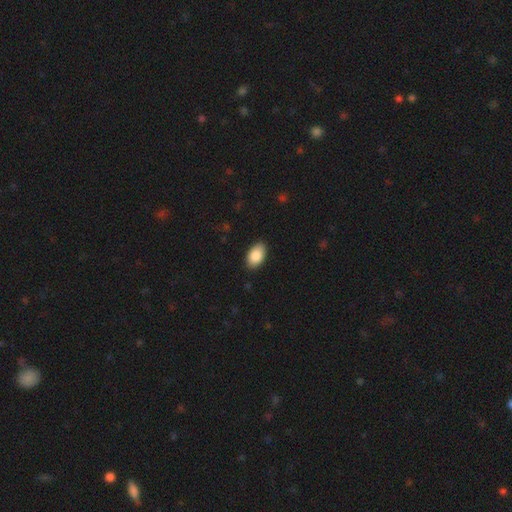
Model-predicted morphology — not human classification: Smooth or featured? Predicted: smooth (p=0.87). How rounded? Predicted: in between (p=0.94). Merging? Predicted: none (p=0.88).